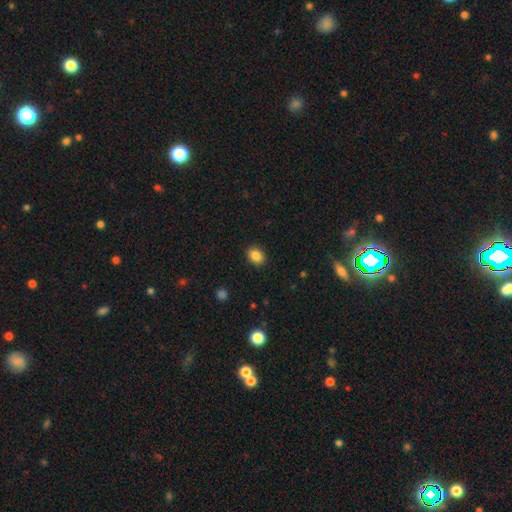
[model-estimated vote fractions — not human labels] This is clearly a smooth galaxy (86%). How rounded: possibly in between (55%). Merging: clearly none (90%).